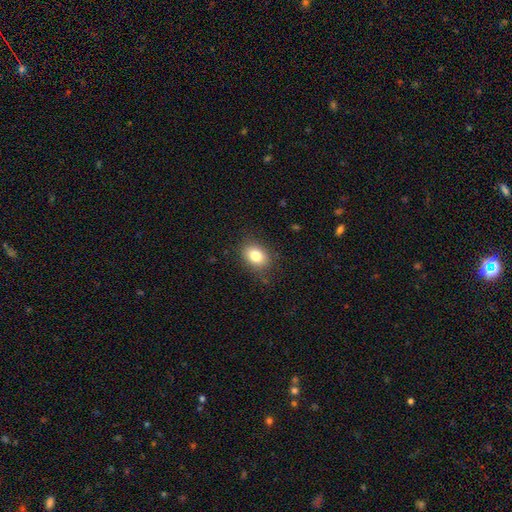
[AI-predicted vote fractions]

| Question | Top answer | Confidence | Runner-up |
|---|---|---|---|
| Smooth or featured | smooth | 81% | star or artifact (10%) |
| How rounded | in between | 68% | round (30%) |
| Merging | none | 84% | minor disturbance (12%) |